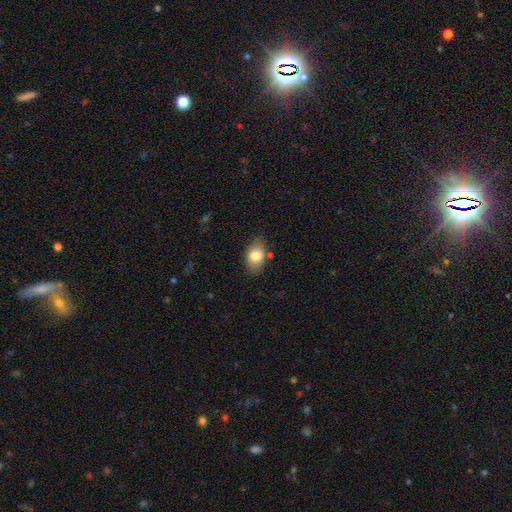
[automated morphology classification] Q: Smooth or featured?
A: smooth (79%); runner-up: featured or disk (14%)
Q: How rounded?
A: in between (86%); runner-up: round (12%)
Q: Merging?
A: none (77%); runner-up: minor disturbance (16%)